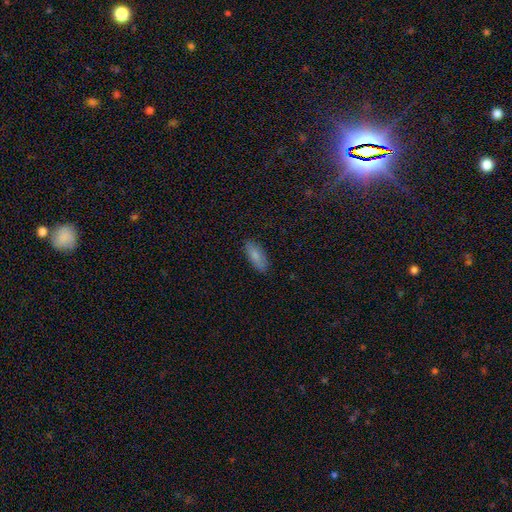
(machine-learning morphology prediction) type=smooth (83%); roundness=in between (81%); merging=none (86%).